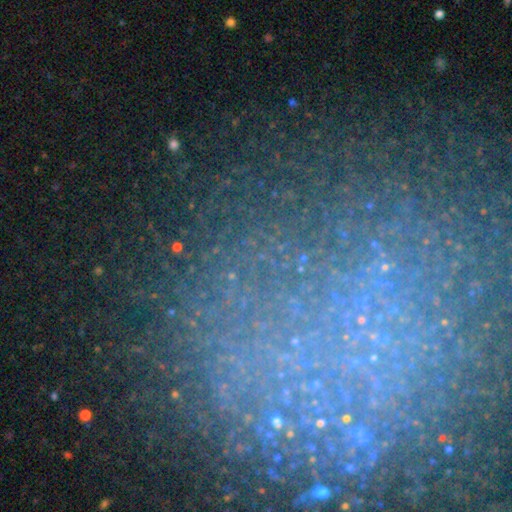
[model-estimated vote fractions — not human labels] A star or artifact, not a galaxy (70%).